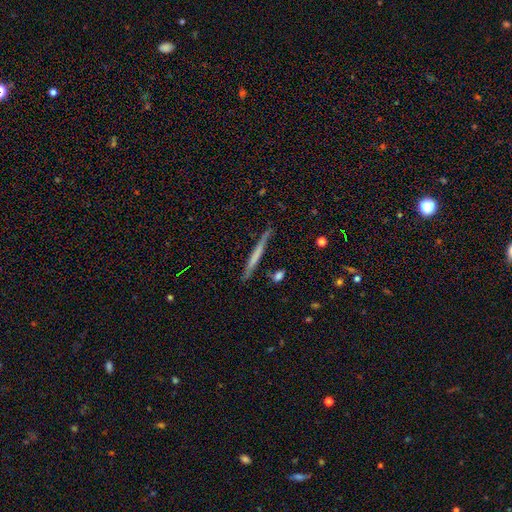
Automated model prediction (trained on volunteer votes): smooth 49%, featured or disk 45%, star or artifact 6%. Down the decision tree: merging — none (85%).